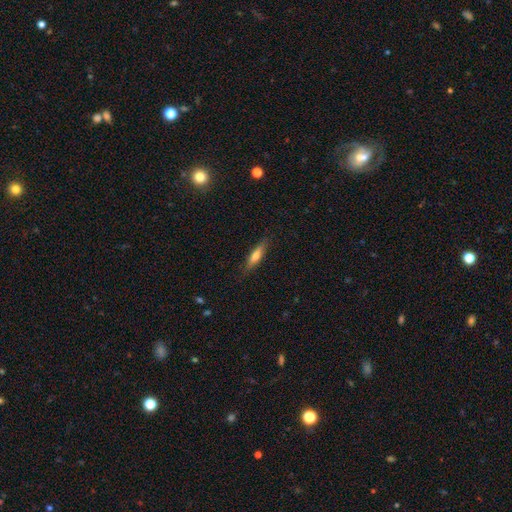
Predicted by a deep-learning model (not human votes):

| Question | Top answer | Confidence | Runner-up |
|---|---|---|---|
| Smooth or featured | smooth | 60% | featured or disk (34%) |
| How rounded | cigar-shaped | 74% | in between (24%) |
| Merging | none | 85% | minor disturbance (12%) |